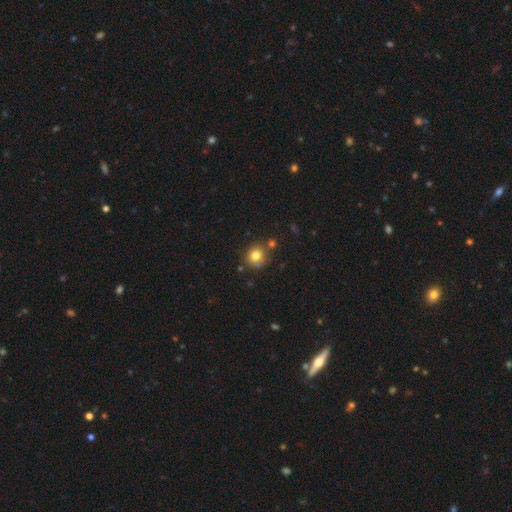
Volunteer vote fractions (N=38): This appears to be a smooth galaxy with no disk features (84%) that is round (84%). Merging: none (69%).